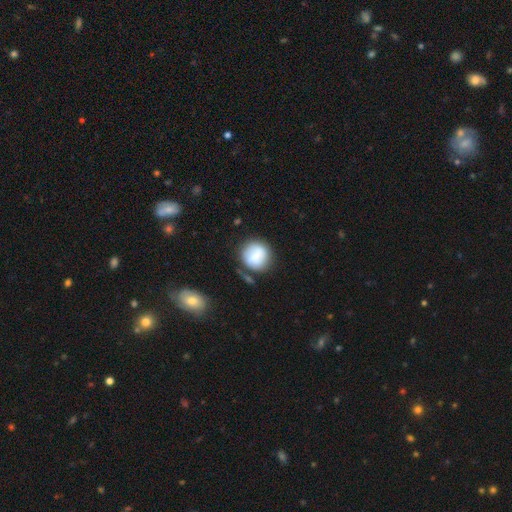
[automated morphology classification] smooth-or-featured: smooth: 74% | featured or disk: 18% | star or artifact: 8%
  how-rounded: round: 85% | in between: 13% | cigar-shaped: 1%
  merging: none: 61% | minor disturbance: 21% | merger: 10% | major disturbance: 8%